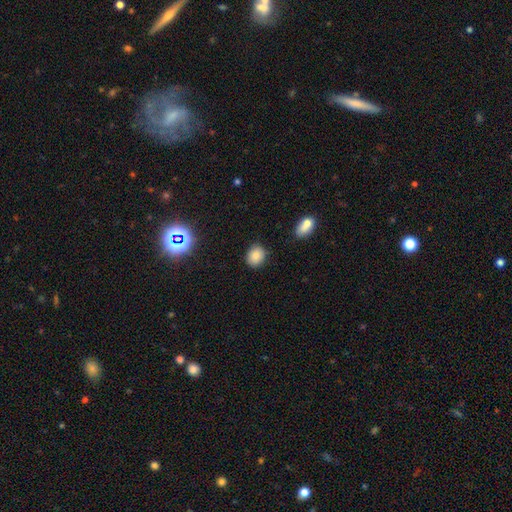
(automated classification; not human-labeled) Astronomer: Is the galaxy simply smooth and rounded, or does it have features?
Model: smooth — 84%.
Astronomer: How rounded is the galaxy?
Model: round — 62%.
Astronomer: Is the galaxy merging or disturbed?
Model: none — 84%.